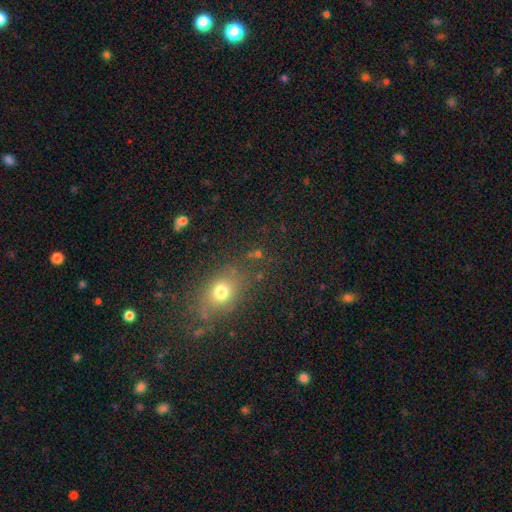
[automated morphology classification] smooth_or_featured: smooth (p=0.64) [alt: star or artifact p=0.23]
how_rounded: in between (p=0.50) [alt: round p=0.47]
merging: none (p=0.78) [alt: minor disturbance p=0.13]